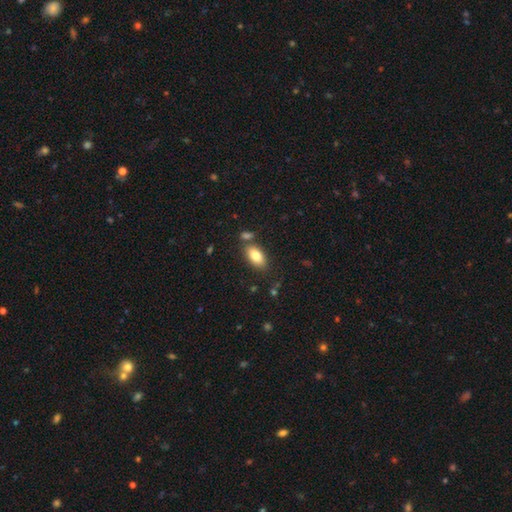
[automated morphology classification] Smooth or featured: smooth — 82% (featured or disk — 11%)
How rounded: in between — 91% (cigar-shaped — 5%)
Merging: none — 75% (minor disturbance — 12%)